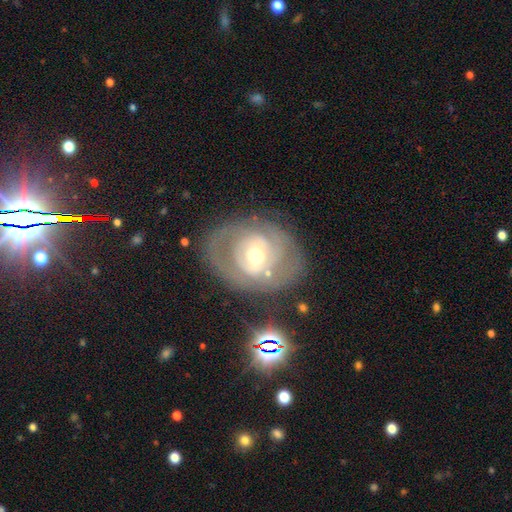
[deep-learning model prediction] Smooth or featured? featured or disk (70%)
Edge-on disk? no (95%)
Bar? no (46%)
Spiral arms? yes (57%)
Bulge size? moderate (57%)
Merging? none (65%)